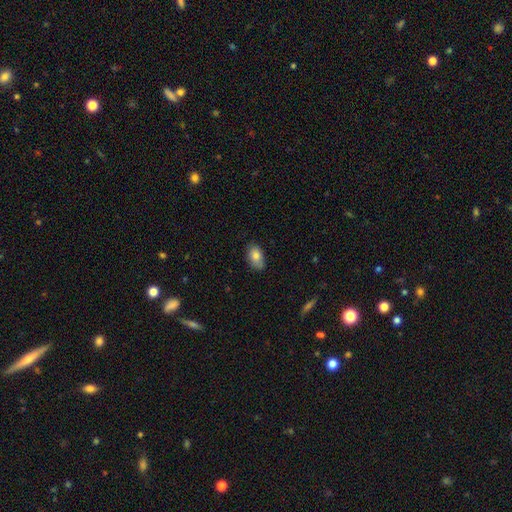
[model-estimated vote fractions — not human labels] Overall: smooth (81%). How rounded: in between (91%). Merging: none (77%).